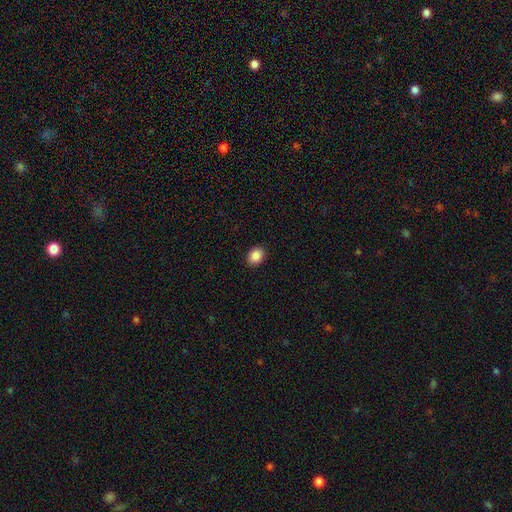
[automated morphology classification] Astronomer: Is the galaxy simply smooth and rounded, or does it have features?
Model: smooth — 88%.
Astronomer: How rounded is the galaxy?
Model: in between — 61% (runner-up: round, 39%).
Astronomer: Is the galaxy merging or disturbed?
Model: none — 91%.